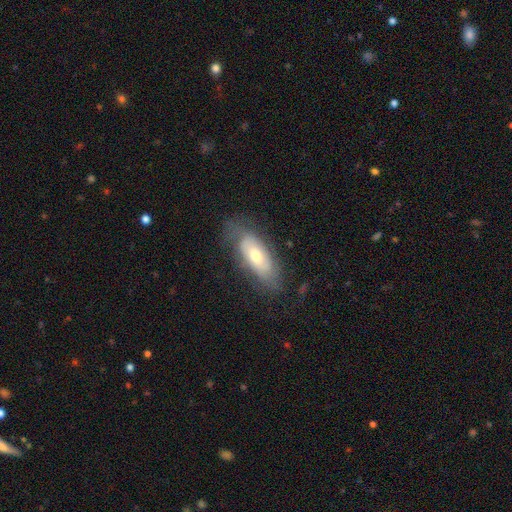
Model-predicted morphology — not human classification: featured or disk 50%, smooth 43%, star or artifact 7%. Down the decision tree: merging — none (69%).